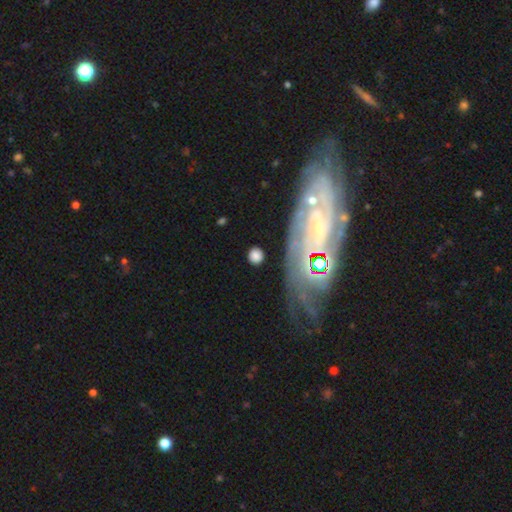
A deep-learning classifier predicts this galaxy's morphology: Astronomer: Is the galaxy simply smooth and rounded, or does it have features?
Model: smooth — 73%.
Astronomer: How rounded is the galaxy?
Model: round — 82%.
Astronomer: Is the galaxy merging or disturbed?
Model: none — 82%.